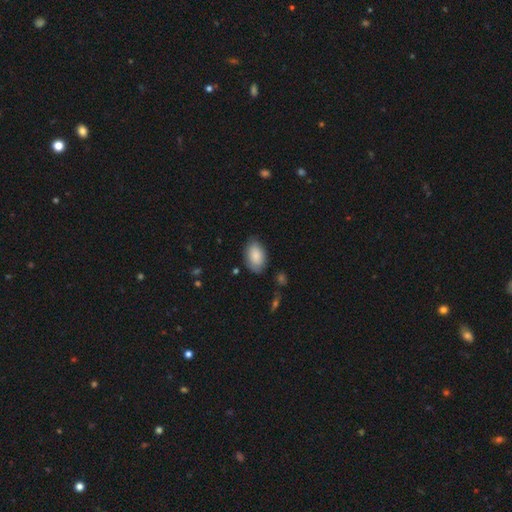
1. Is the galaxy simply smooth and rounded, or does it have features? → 87% smooth, 10% star or artifact, 3% featured or disk.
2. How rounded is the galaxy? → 94% in between, 6% round, 0% cigar-shaped.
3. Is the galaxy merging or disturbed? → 71% none, 29% minor disturbance, 0% major disturbance, 0% merger.